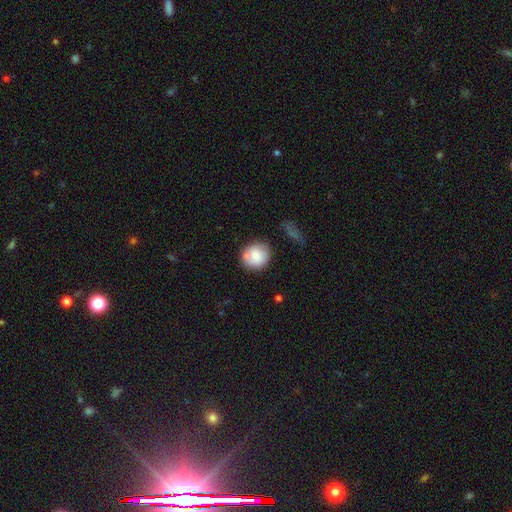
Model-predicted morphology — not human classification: This appears to be a smooth galaxy with no disk features (74%) that is round (84%). Merging: none (70%).